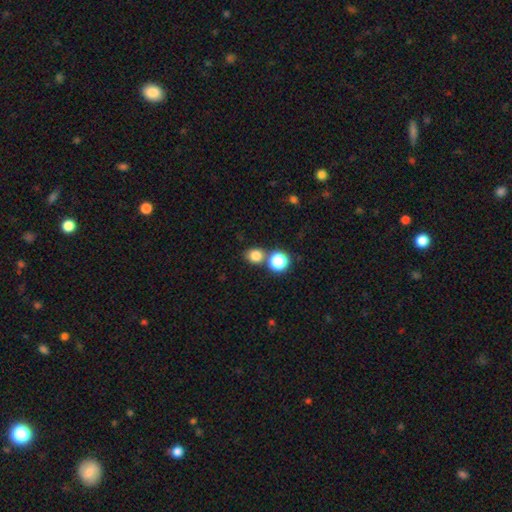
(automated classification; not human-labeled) Smooth or featured?
  - smooth: 79% *
  - star or artifact: 15%
  - featured or disk: 5%
How rounded?
  - round: 72% *
  - in between: 27%
  - cigar-shaped: 1%
Merging?
  - none: 69% *
  - merger: 20%
  - minor disturbance: 8%
  - major disturbance: 3%